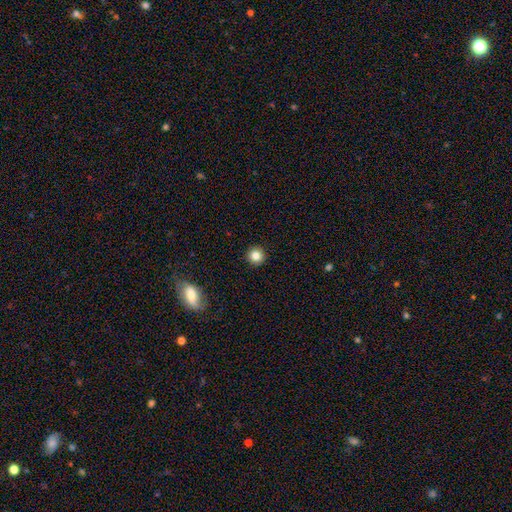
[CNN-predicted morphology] This is clearly a smooth galaxy (84%). How rounded: clearly round (95%). Merging: clearly none (93%).